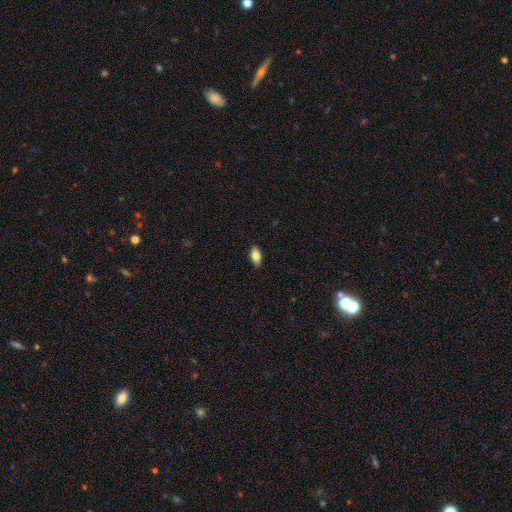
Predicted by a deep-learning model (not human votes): This is clearly a smooth galaxy (82%). How rounded: clearly in between (91%). Merging: clearly none (89%).